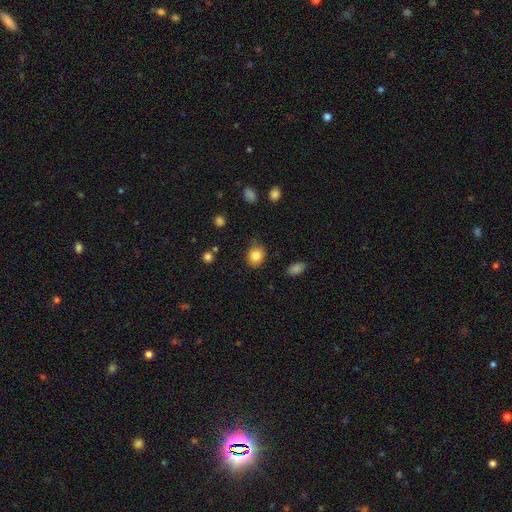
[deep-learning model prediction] Smooth or featured? smooth (83%)
How rounded? round (59%)
Merging? none (80%)